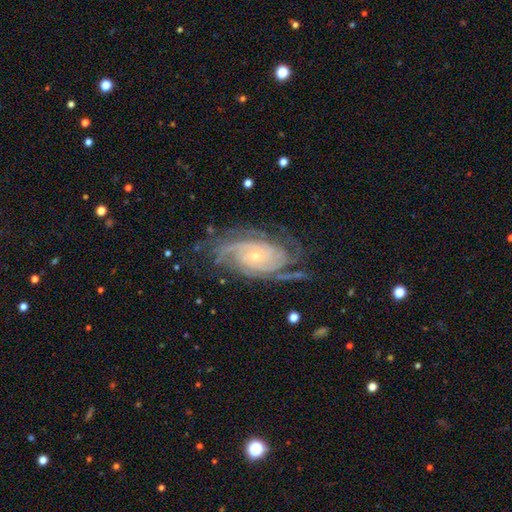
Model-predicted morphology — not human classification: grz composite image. It shows a featured or disk galaxy (89%) with no bar (74%), 3 (22%, tied with can't tell) tight (71%) spiral arms (98%) and a small central bulge (78%). Merging: none (72%).